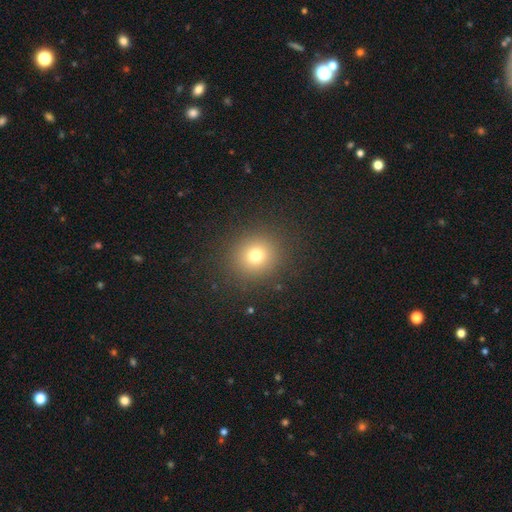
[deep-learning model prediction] Smooth or featured? smooth (75%)
How rounded? round (88%)
Merging? none (89%)